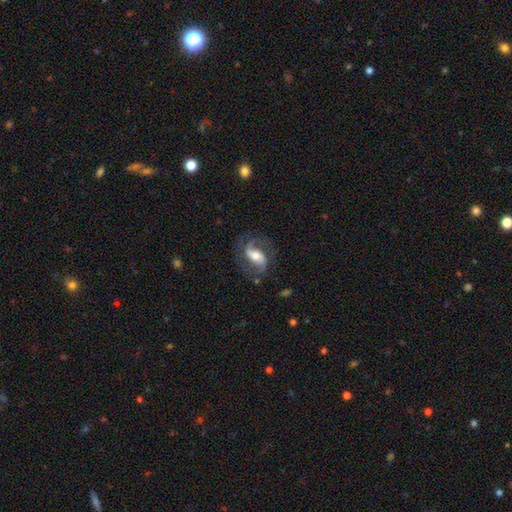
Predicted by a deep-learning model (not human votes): Smooth or featured? featured or disk (80%)
Edge-on disk? no (96%)
Bar? strong (40%)
Spiral arms? yes (93%)
Spiral winding? medium (52%)
Spiral arm count? 2 (86%)
Bulge size? moderate (56%)
Merging? none (69%)